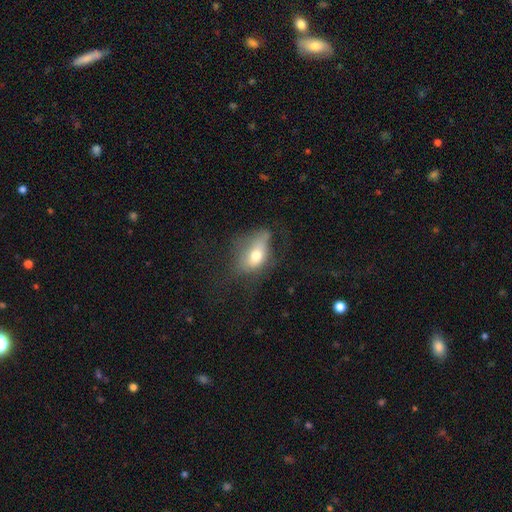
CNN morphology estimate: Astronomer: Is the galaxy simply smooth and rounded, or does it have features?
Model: smooth — 66%.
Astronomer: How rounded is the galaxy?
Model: in between — 82%.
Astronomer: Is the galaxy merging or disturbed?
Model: none — 34% (runner-up: major disturbance, 33%).